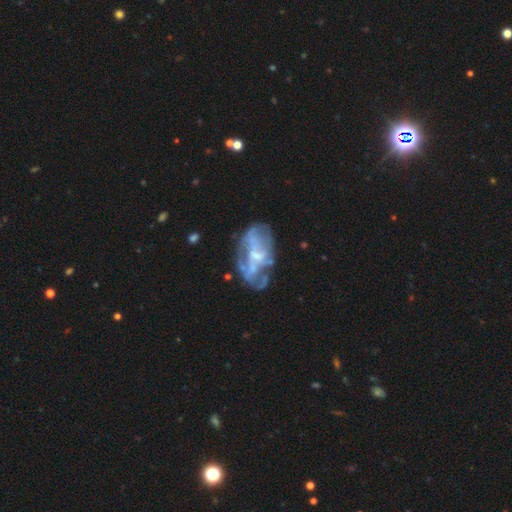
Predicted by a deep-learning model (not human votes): A featured or disk galaxy (71%) with no bar (58%), no spiral arms (65%) and a small central bulge (38%). Merging: none (45%).